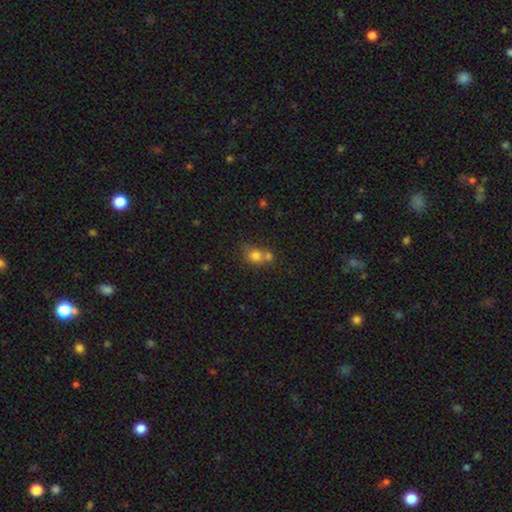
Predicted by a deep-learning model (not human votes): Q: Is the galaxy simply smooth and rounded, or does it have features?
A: smooth — 76%.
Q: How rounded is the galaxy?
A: round — 71%.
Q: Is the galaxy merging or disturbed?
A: merger — 48%.